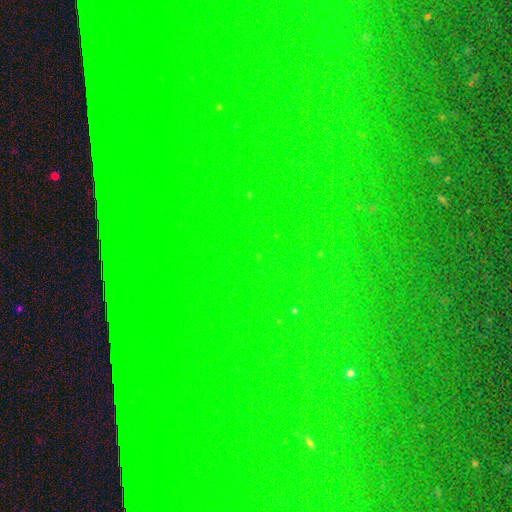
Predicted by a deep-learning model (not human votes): Smooth or featured: star or artifact — 83% (smooth — 9%)